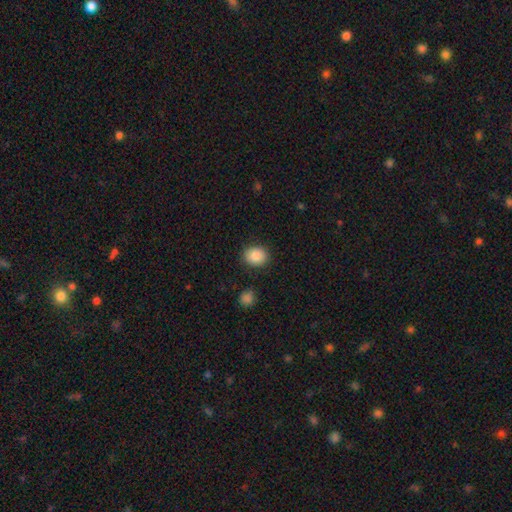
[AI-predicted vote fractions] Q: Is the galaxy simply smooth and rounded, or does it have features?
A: smooth — 86%.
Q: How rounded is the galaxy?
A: round — 64%.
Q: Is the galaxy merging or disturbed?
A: none — 87%.